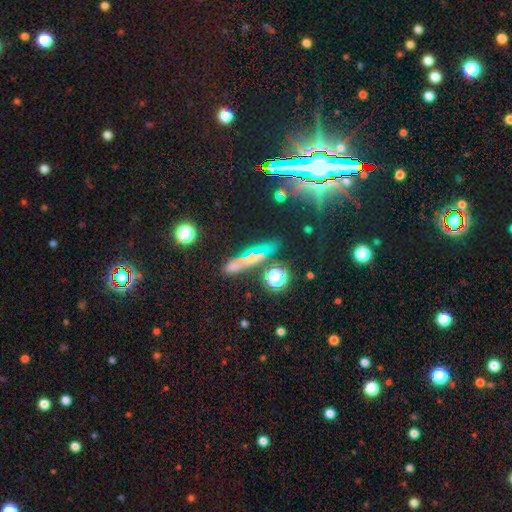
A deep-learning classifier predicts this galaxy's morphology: type=featured or disk (42%); merging=none (69%).